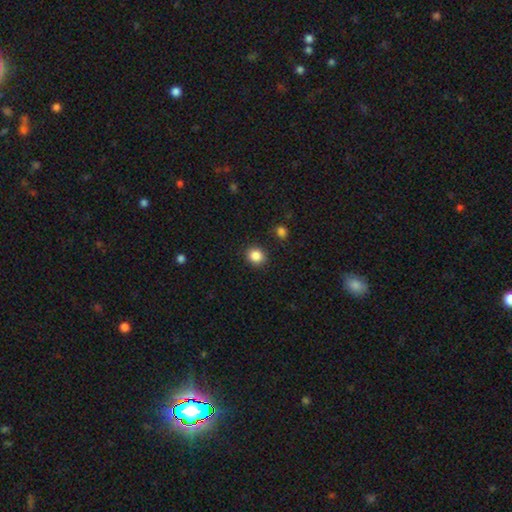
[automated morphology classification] This appears to be a smooth galaxy with no disk features (86%) that is round (79%). Merging: none (89%).